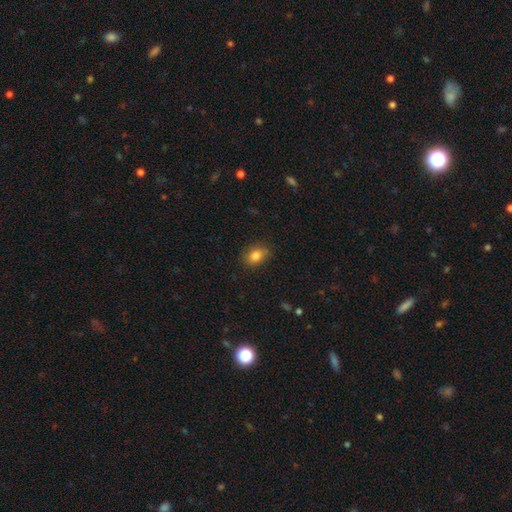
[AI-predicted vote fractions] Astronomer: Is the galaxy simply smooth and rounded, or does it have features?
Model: smooth — 84%.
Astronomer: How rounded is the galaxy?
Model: in between — 73%.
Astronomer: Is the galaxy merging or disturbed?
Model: none — 84%.